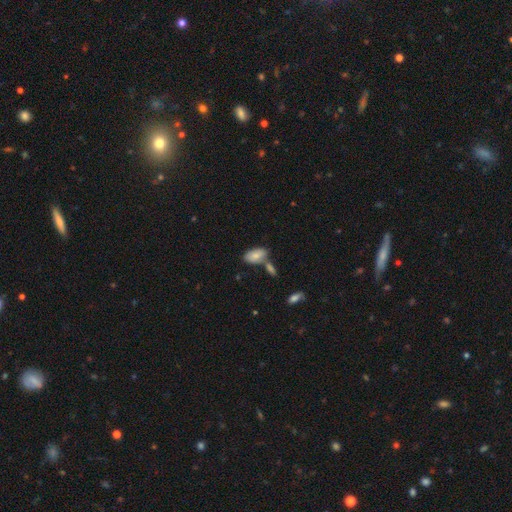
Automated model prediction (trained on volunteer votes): A smooth galaxy with no disk features (78%) that is in between round and cigar-shaped (93%). Merging: none (53%).